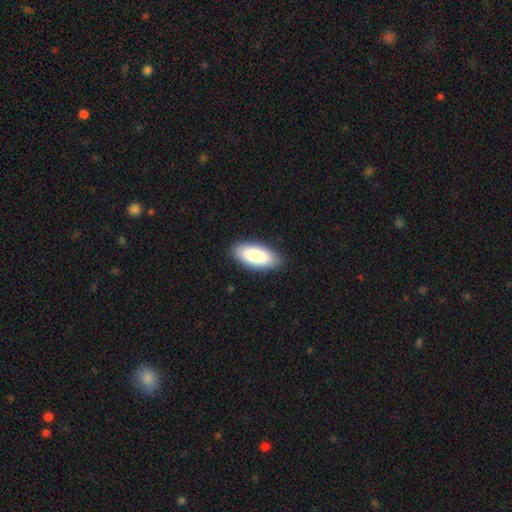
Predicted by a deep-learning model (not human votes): The model was most divided on "merging": none: 88%, minor disturbance: 9%, major disturbance: 2%, merger: 1%. More confident: how rounded — in between (88%); smooth or featured — smooth (87%).